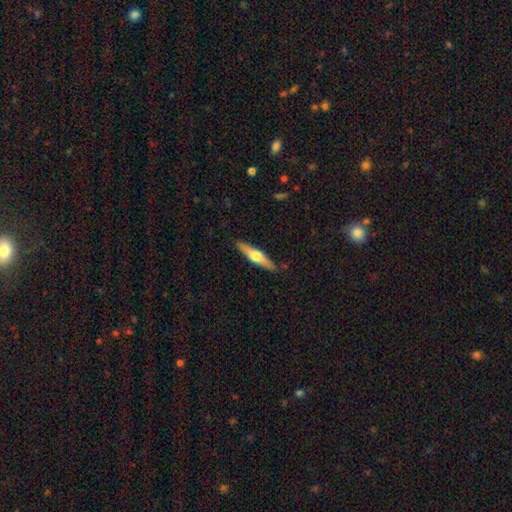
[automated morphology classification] smooth_or_featured: featured or disk (p=0.55) [alt: smooth p=0.40]
disk_edge_on: yes (p=0.95) [alt: no p=0.05]
edge_on_bulge: rounded (p=0.92) [alt: boxy p=0.05]
merging: none (p=0.88) [alt: minor disturbance p=0.09]